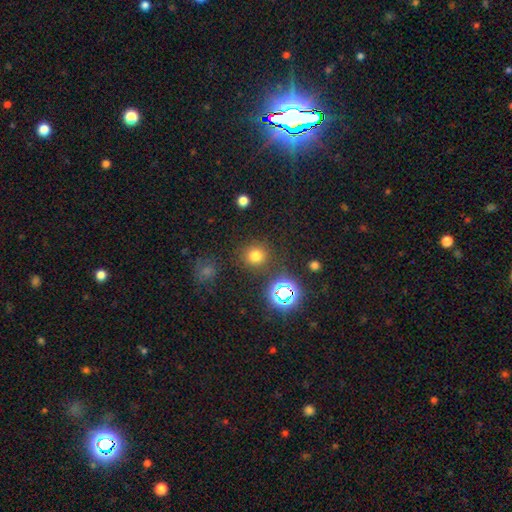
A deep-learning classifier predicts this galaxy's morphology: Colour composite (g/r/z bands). It shows a smooth galaxy with no disk features (71%) that is round (90%). Merging: none (85%).